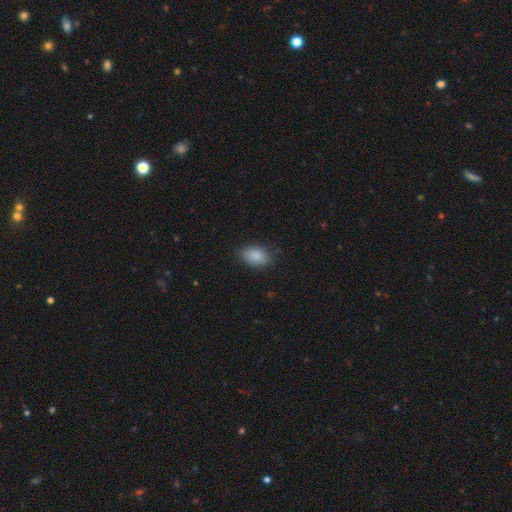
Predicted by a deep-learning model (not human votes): smooth 87%, star or artifact 8%, featured or disk 6%. Down the decision tree: how rounded — in between (87%); merging — none (78%).